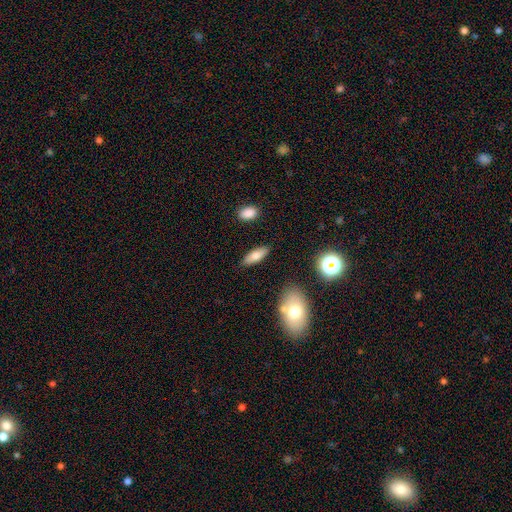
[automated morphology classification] Overall: smooth (74%). How rounded: in between (68%; cigar-shaped 29%). Merging: none (85%).